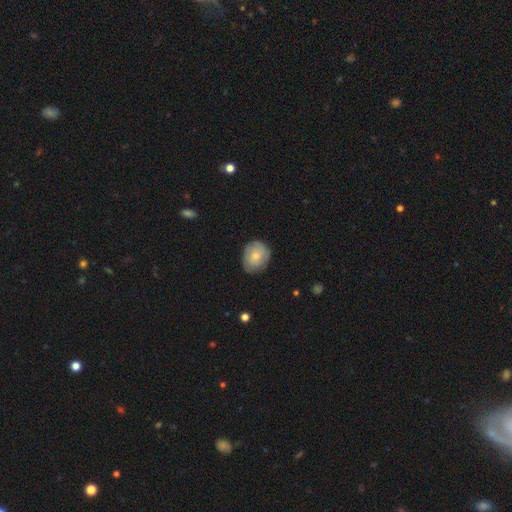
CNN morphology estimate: Smooth or featured? smooth (68%)
How rounded? round (60%)
Merging? none (77%)